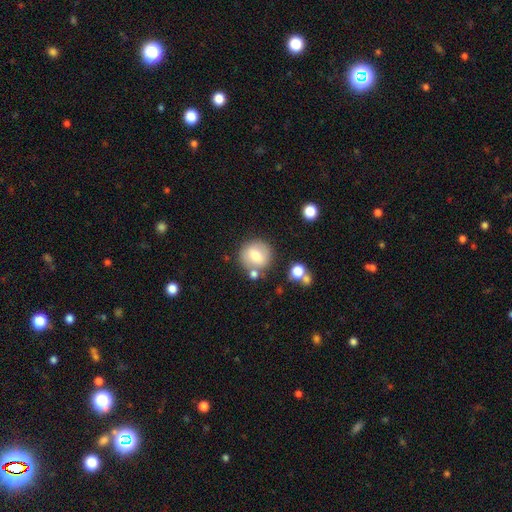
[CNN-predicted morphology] Smooth or featured: smooth — 69% (featured or disk — 22%)
How rounded: round — 88% (in between — 11%)
Merging: none — 75% (minor disturbance — 11%)